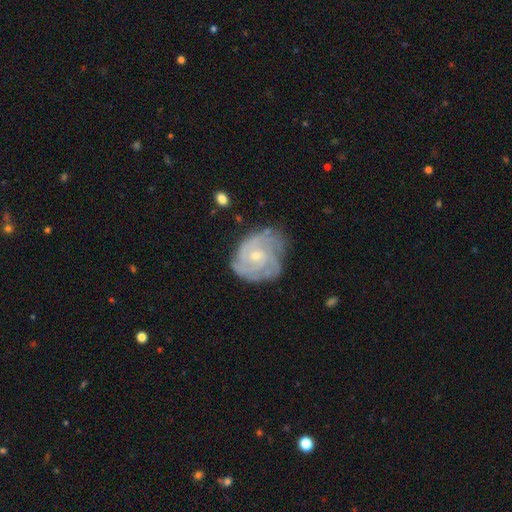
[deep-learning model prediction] The model was most divided on "spiral arm count": 3: 30%, can't tell: 24%, 4: 20%, 2: 14%, more than 4: 6%, 1: 6%. More confident: edge-on disk — no (98%); spiral arms — yes (96%); smooth or featured — featured or disk (85%); bar — no (73%); merging — none (66%); spiral winding — tight (66%); bulge size — small (65%).